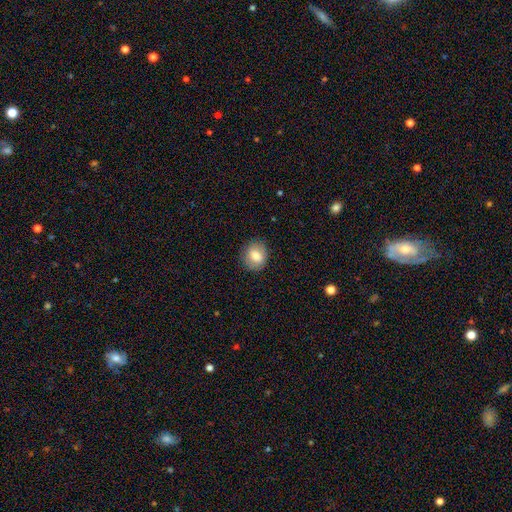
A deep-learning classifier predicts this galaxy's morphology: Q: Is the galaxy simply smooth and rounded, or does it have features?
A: smooth — 78%.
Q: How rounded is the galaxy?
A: round — 70%.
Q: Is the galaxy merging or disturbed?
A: none — 85%.